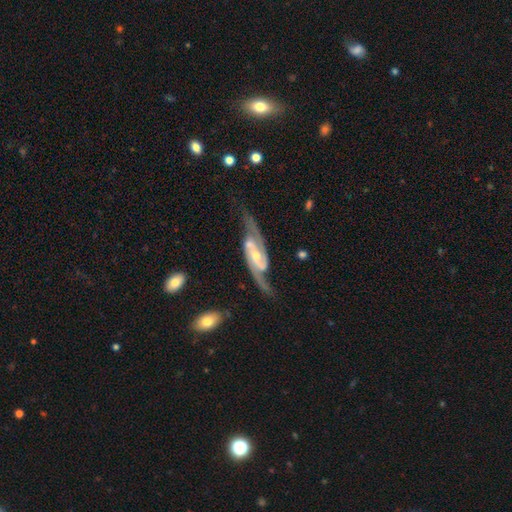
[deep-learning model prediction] Smooth or featured? Predicted: featured or disk (p=0.91). Edge-on disk? Predicted: no (p=0.93). Bar? Predicted: weak (p=0.40). Spiral arms? Predicted: yes (p=0.98). Spiral winding? Predicted: medium (p=0.50). Spiral arm count? Predicted: 2 (p=0.93). Bulge size? Predicted: moderate (p=0.52). Merging? Predicted: none (p=0.68).